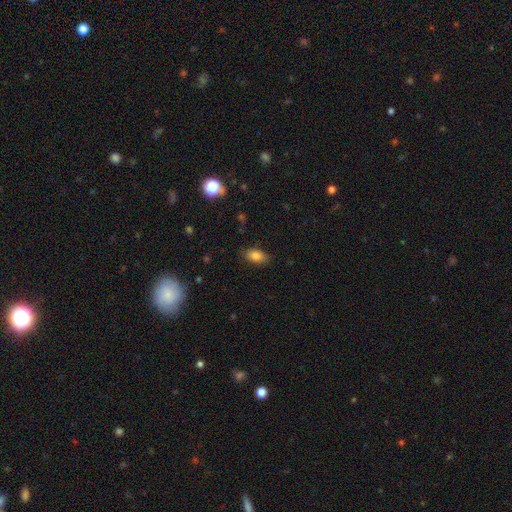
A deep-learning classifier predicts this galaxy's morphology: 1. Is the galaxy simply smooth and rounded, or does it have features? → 84% smooth, 9% star or artifact, 7% featured or disk.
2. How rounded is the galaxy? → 91% in between, 6% round, 3% cigar-shaped.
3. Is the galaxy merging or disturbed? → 84% none, 12% minor disturbance, 3% major disturbance, 1% merger.